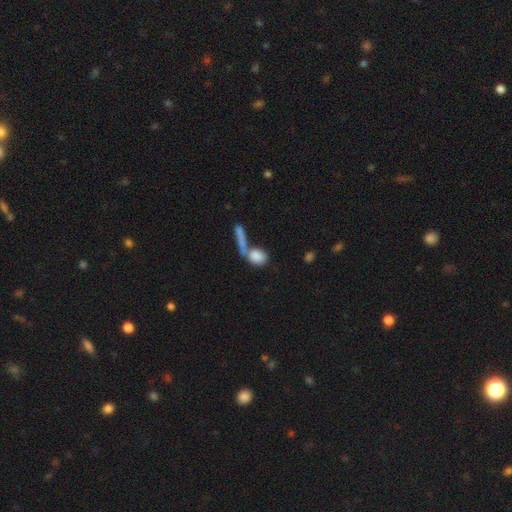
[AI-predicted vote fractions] Smooth or featured: smooth — 81% (featured or disk — 11%)
How rounded: in between — 51% (round — 37%)
Merging: merger — 50% (none — 34%)